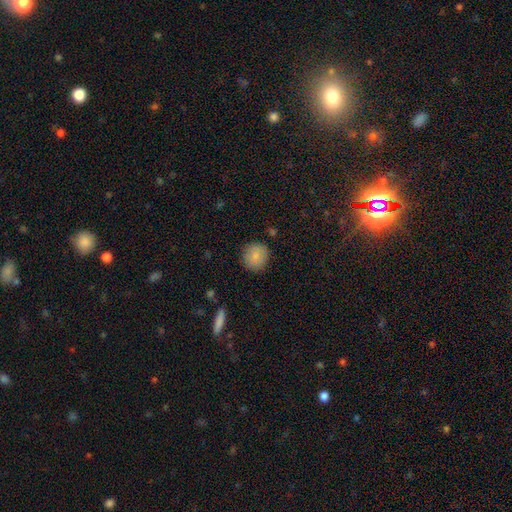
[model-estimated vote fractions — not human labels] The model was most divided on "smooth or featured": smooth: 85%, star or artifact: 8%, featured or disk: 7%. More confident: how rounded — round (91%); merging — none (87%).